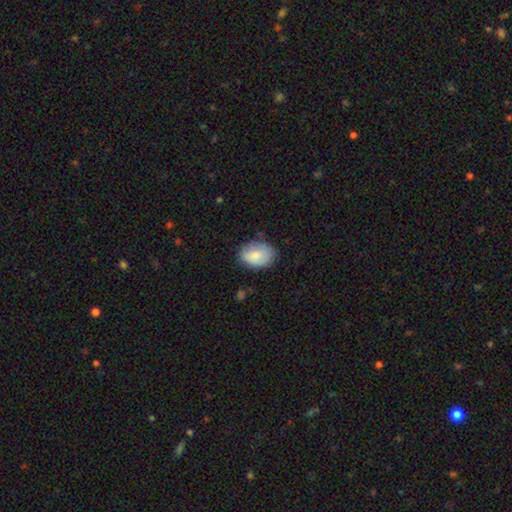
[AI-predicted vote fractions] Q: Smooth or featured?
A: smooth (82%); runner-up: featured or disk (11%)
Q: How rounded?
A: in between (80%); runner-up: round (19%)
Q: Merging?
A: none (74%); runner-up: minor disturbance (20%)